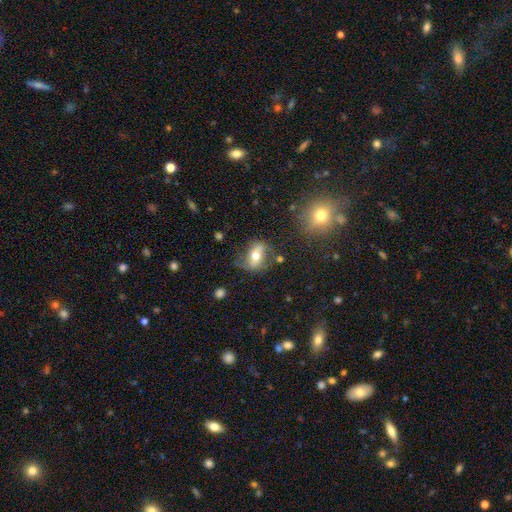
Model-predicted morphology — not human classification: This is possibly a featured or disk galaxy (51%). It is clearly not viewed edge-on (81%). Merging: likely none (63%).